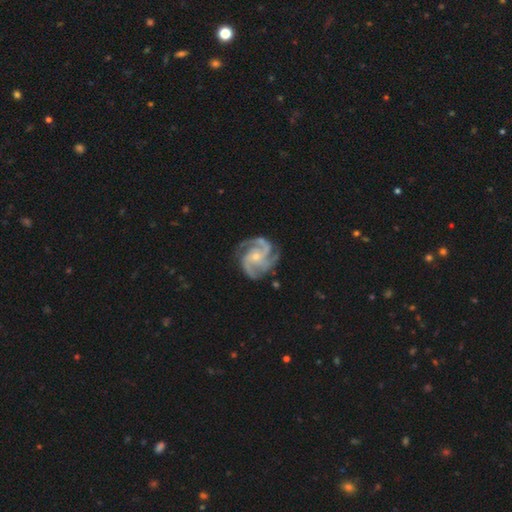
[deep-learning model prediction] featured or disk 93%, star or artifact 4%, smooth 3%. Down the decision tree: edge-on disk — no (98%); bar — no (67%); spiral arms — yes (99%); spiral arm count — 3 (65%); spiral winding — medium (48%); bulge size — small (68%); merging — none (77%).